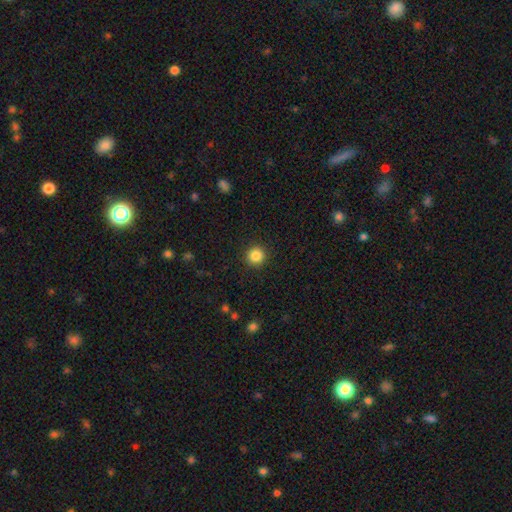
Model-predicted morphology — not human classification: A smooth galaxy with no disk features (86%) that is round (95%).

Vote fractions:
- Smooth or featured? smooth: 86% / star or artifact: 10% / featured or disk: 4%
- How rounded? round: 95% / in between: 4% / cigar-shaped: 1%
- Merging? none: 93% / minor disturbance: 5% / major disturbance: 2% / merger: 1%